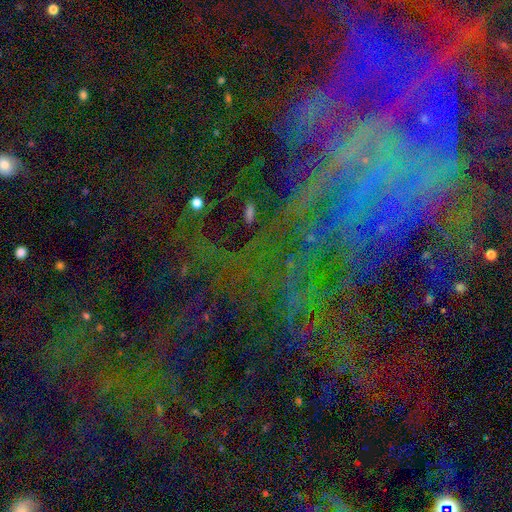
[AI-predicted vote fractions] The model was most divided on "smooth or featured": star or artifact: 53%, featured or disk: 34%, smooth: 13%.